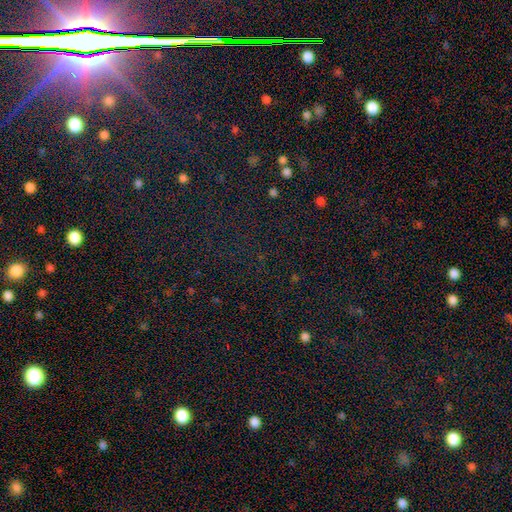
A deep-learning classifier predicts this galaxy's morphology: Smooth or featured?
  - star or artifact: 81% *
  - smooth: 10%
  - featured or disk: 8%